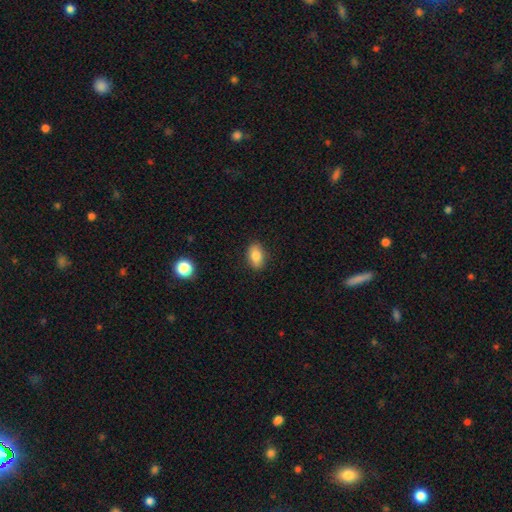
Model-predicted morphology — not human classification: Smooth or featured?
  - smooth: 82% *
  - featured or disk: 10%
  - star or artifact: 8%
How rounded?
  - in between: 86% *
  - round: 12%
  - cigar-shaped: 3%
Merging?
  - none: 88% *
  - minor disturbance: 9%
  - major disturbance: 2%
  - merger: 1%